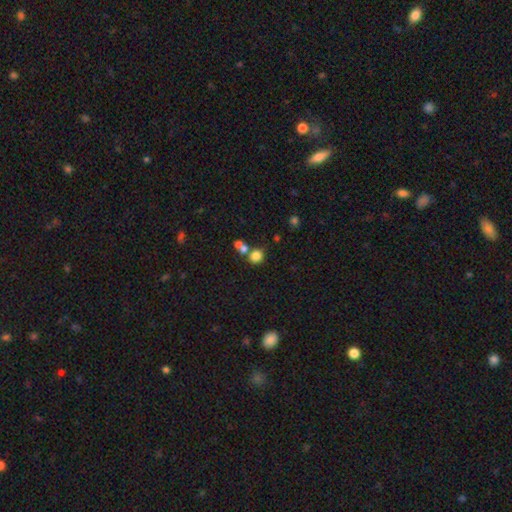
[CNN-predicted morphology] type=smooth (79%); roundness=round (76%); merging=none (56%).